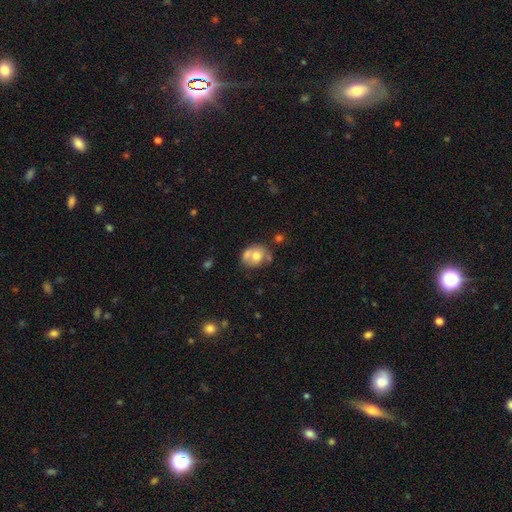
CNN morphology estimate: type=smooth (64%); roundness=round (54%); merging=none (39%).